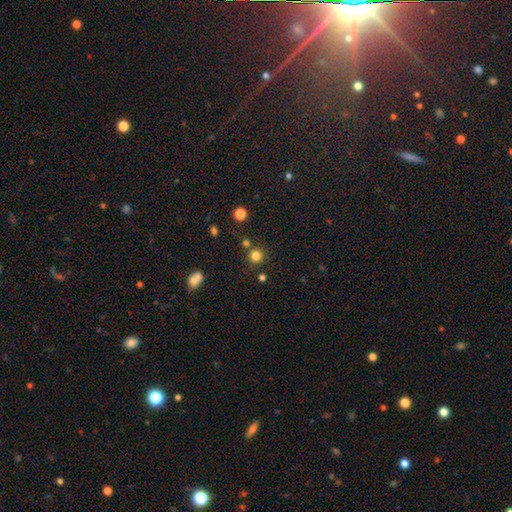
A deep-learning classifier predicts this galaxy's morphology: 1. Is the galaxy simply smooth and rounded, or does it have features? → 79% smooth, 16% star or artifact, 6% featured or disk.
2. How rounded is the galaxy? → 92% round, 7% in between, 1% cigar-shaped.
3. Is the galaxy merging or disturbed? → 78% none, 12% merger, 8% minor disturbance, 3% major disturbance.